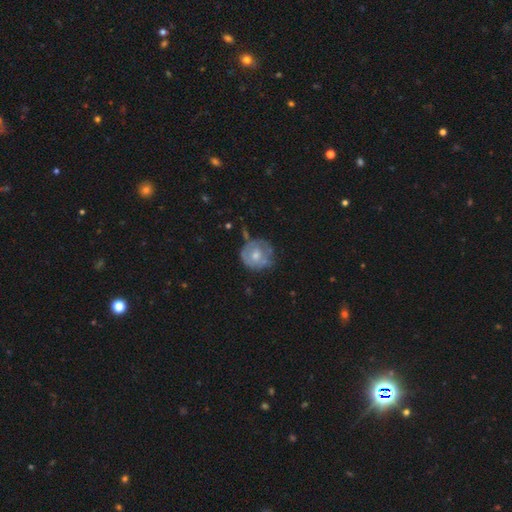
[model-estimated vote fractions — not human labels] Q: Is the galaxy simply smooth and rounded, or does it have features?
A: smooth — 48%.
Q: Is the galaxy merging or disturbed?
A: none — 56%.